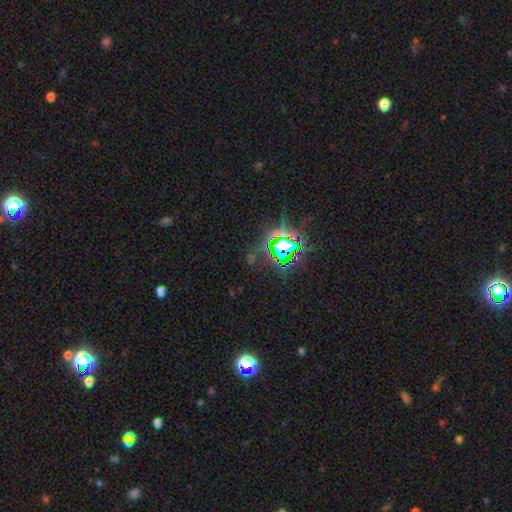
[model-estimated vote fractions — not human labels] smooth_or_featured: star or artifact (p=0.81) [alt: smooth p=0.12]